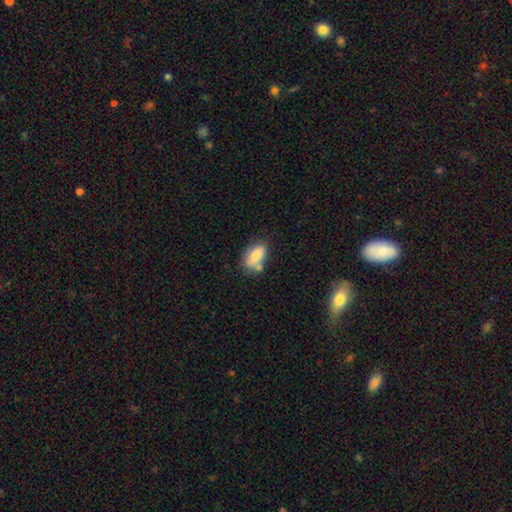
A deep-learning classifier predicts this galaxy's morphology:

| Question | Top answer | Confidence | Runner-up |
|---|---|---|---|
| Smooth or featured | smooth | 76% | featured or disk (17%) |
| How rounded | in between | 89% | round (7%) |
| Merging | none | 51% | minor disturbance (24%) |